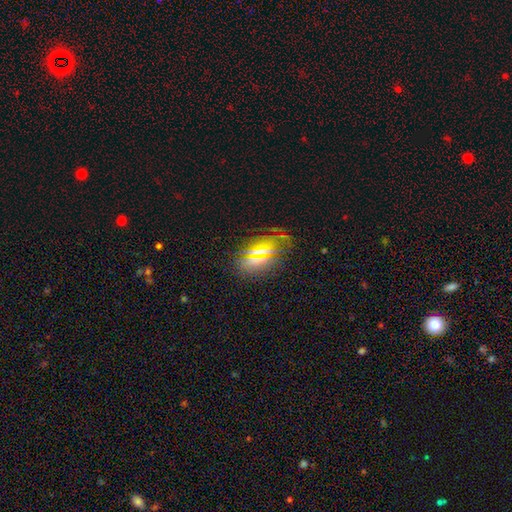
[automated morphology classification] A star or artifact, not a galaxy (38%).

Vote fractions:
- Smooth or featured? star or artifact: 38% / smooth: 37% / featured or disk: 25%